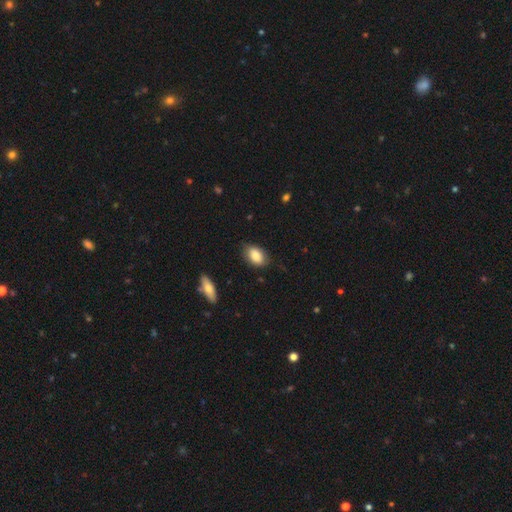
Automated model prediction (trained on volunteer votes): Q: Smooth or featured?
A: smooth (85%); runner-up: featured or disk (8%)
Q: How rounded?
A: in between (89%); runner-up: round (9%)
Q: Merging?
A: none (78%); runner-up: minor disturbance (17%)